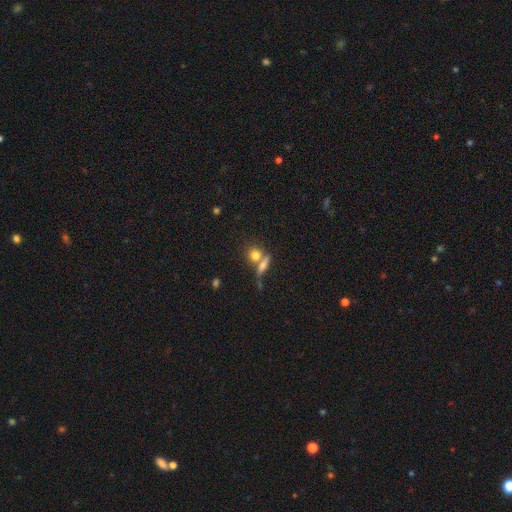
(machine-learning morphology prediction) smooth-or-featured: smooth: 76% | featured or disk: 14% | star or artifact: 10%
  how-rounded: round: 65% | in between: 26% | cigar-shaped: 9%
  merging: none: 48% | merger: 38% | minor disturbance: 9% | major disturbance: 5%